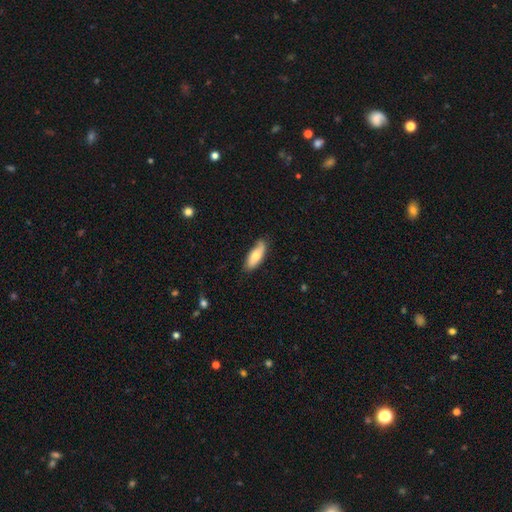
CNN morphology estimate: Smooth or featured?
  - smooth: 71% *
  - featured or disk: 24%
  - star or artifact: 6%
How rounded?
  - in between: 71% *
  - cigar-shaped: 27%
  - round: 2%
Merging?
  - none: 74% *
  - minor disturbance: 21%
  - major disturbance: 4%
  - merger: 1%